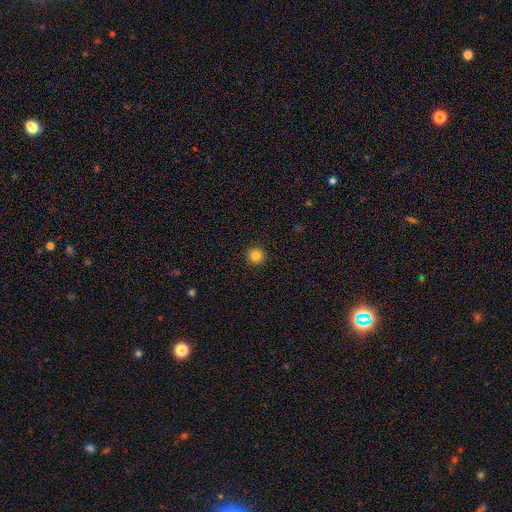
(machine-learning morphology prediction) Q: Smooth or featured?
A: smooth (84%); runner-up: star or artifact (11%)
Q: How rounded?
A: round (95%); runner-up: in between (4%)
Q: Merging?
A: none (93%); runner-up: minor disturbance (5%)